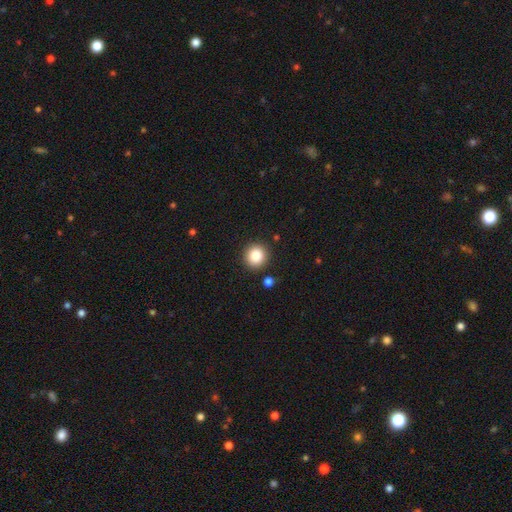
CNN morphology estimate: The model was most divided on "smooth or featured": smooth: 86%, star or artifact: 9%, featured or disk: 4%. More confident: how rounded — round (91%); merging — none (89%).